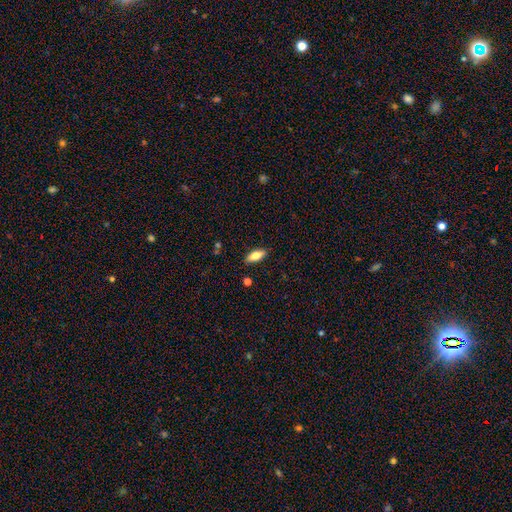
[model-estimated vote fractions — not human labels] smooth_or_featured: smooth (p=0.69) [alt: featured or disk p=0.24]
how_rounded: in between (p=0.77) [alt: cigar-shaped p=0.21]
merging: none (p=0.86) [alt: minor disturbance p=0.10]